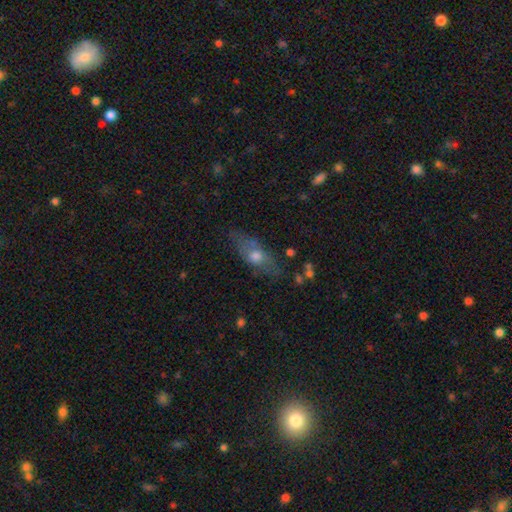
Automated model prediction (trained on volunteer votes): Smooth or featured? Predicted: featured or disk (p=0.45). Merging? Predicted: none (p=0.75).